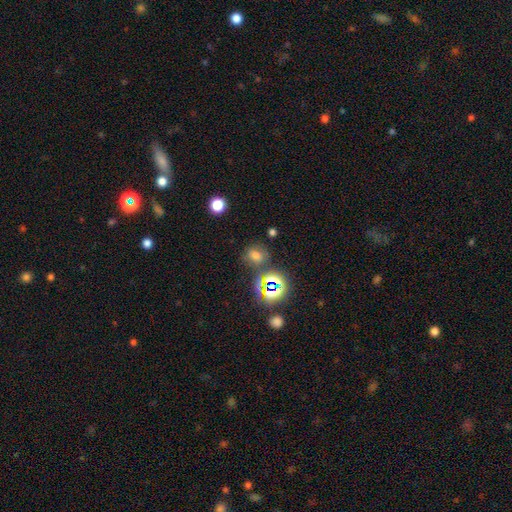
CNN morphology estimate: smooth 59%, star or artifact 33%, featured or disk 8%. Down the decision tree: how rounded — round (52%); merging — none (72%).